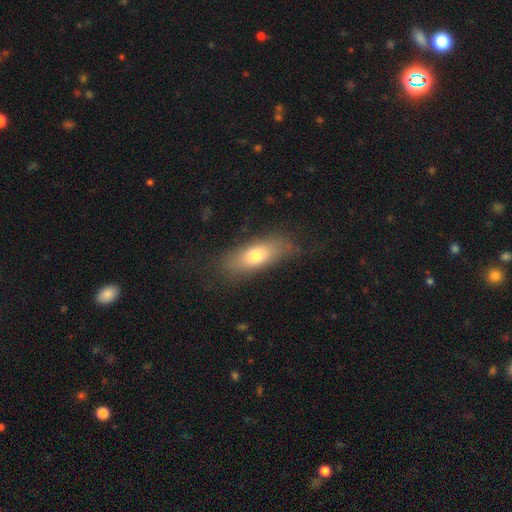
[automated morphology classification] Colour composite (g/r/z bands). It shows a smooth galaxy with no disk features (72%) that is in between round and cigar-shaped (73%). Merging: none (75%).